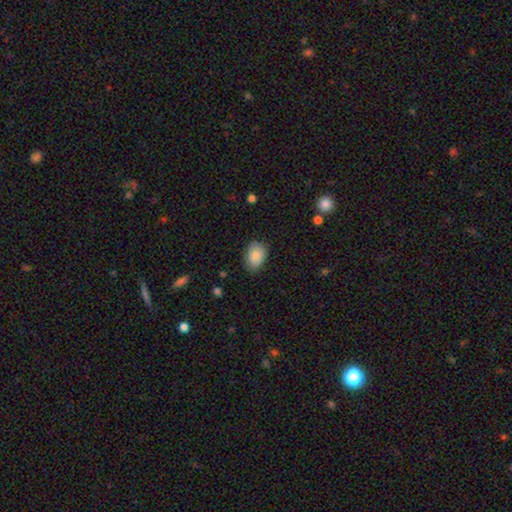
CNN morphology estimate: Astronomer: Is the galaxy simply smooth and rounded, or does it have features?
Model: smooth — 87%.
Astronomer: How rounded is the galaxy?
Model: in between — 77%.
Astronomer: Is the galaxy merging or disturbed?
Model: none — 80%.